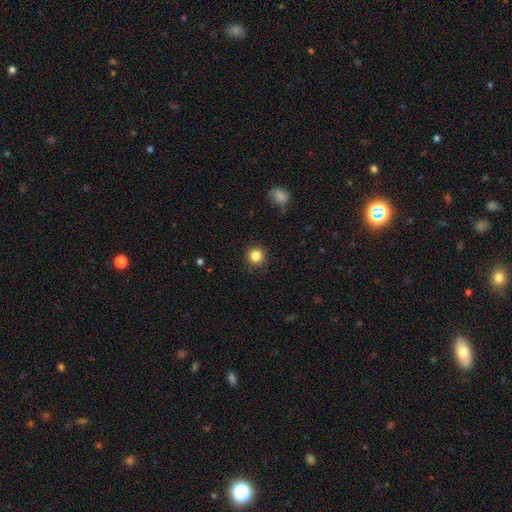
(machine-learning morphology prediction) Smooth or featured?
  - smooth: 84% *
  - star or artifact: 12%
  - featured or disk: 4%
How rounded?
  - round: 94% *
  - in between: 5%
  - cigar-shaped: 1%
Merging?
  - none: 89% *
  - minor disturbance: 7%
  - major disturbance: 2%
  - merger: 1%